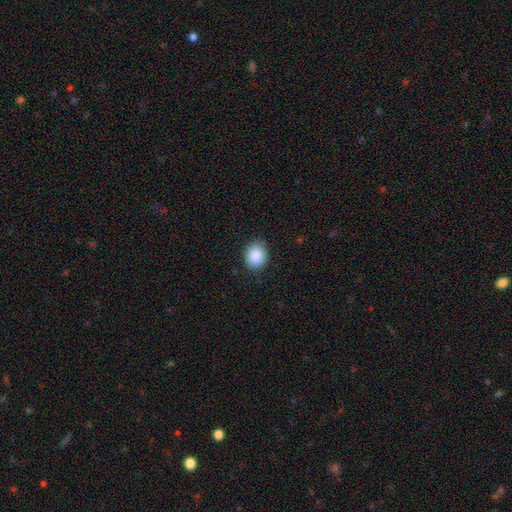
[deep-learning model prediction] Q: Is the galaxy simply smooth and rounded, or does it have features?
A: smooth — 88%.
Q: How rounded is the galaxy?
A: round — 65%.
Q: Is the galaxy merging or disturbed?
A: none — 85%.